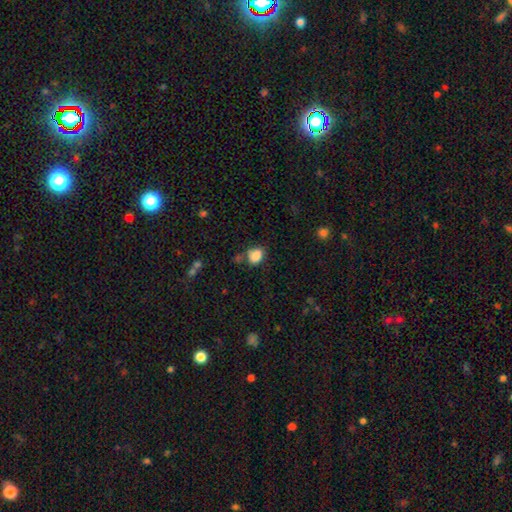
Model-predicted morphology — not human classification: smooth-or-featured: smooth: 85% | star or artifact: 10% | featured or disk: 6%
  how-rounded: in between: 68% | round: 31% | cigar-shaped: 1%
  merging: none: 63% | minor disturbance: 21% | merger: 11% | major disturbance: 6%